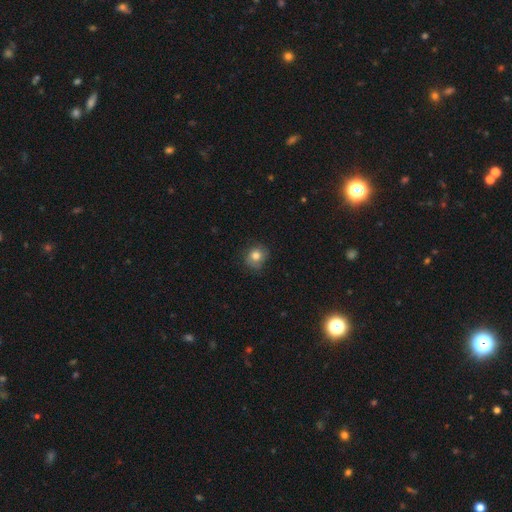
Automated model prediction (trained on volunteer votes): This appears to be a smooth galaxy with no disk features (78%) that is round (79%). Merging: none (73%).